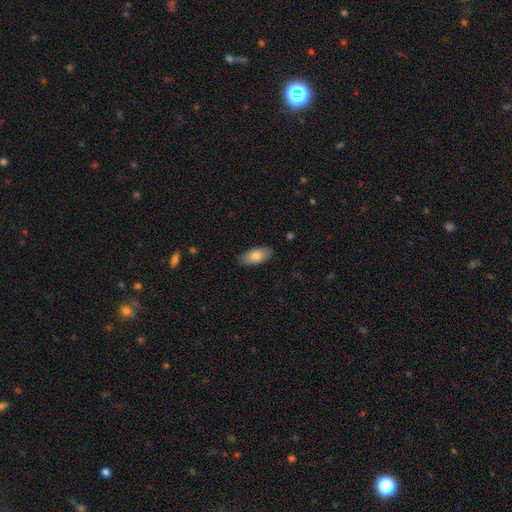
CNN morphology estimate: smooth_or_featured: smooth (p=0.80) [alt: featured or disk p=0.14]
how_rounded: in between (p=0.91) [alt: cigar-shaped p=0.06]
merging: none (p=0.87) [alt: minor disturbance p=0.10]